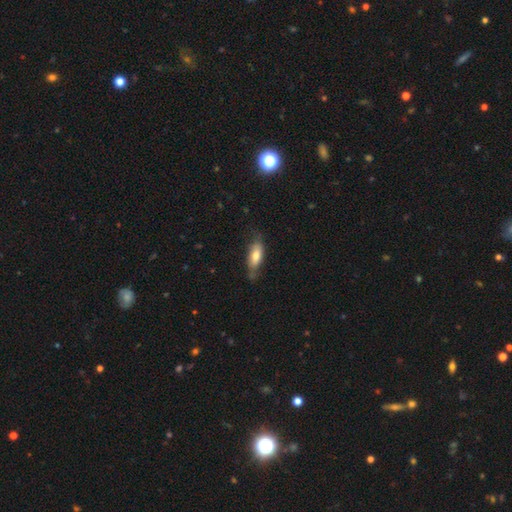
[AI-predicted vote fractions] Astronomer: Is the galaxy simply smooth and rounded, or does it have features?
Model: smooth — 72%.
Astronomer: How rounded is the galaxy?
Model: in between — 74%.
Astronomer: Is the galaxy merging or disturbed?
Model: none — 60%.